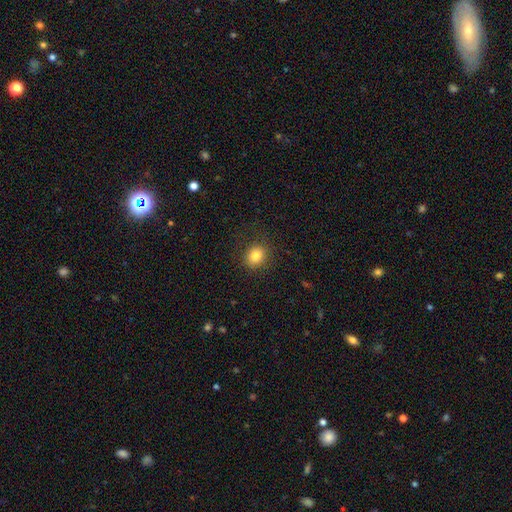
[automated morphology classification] Q: Smooth or featured?
A: smooth (82%); runner-up: star or artifact (11%)
Q: How rounded?
A: round (68%); runner-up: in between (31%)
Q: Merging?
A: none (87%); runner-up: minor disturbance (9%)